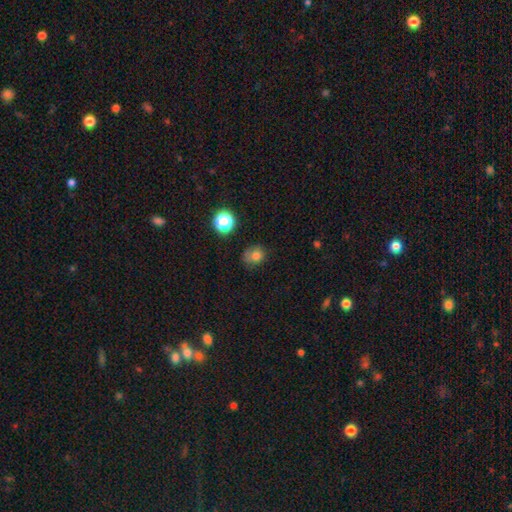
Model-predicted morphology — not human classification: A smooth galaxy with no disk features (76%) that is round (61%).

Vote fractions:
- Smooth or featured? smooth: 76% / star or artifact: 14% / featured or disk: 9%
- How rounded? round: 61% / in between: 38% / cigar-shaped: 1%
- Merging? none: 57% / minor disturbance: 29% / major disturbance: 11% / merger: 4%